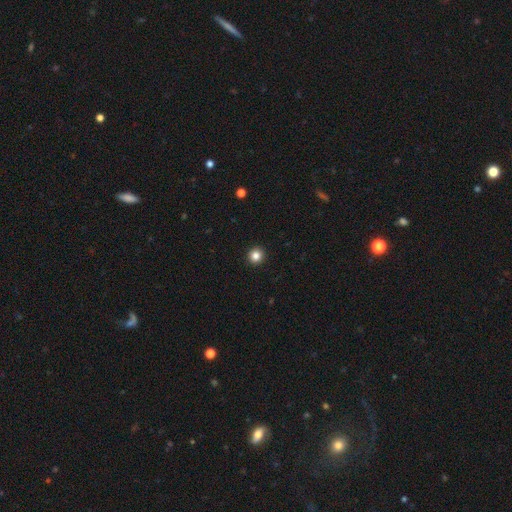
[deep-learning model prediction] Smooth or featured? smooth (84%)
How rounded? round (95%)
Merging? none (94%)